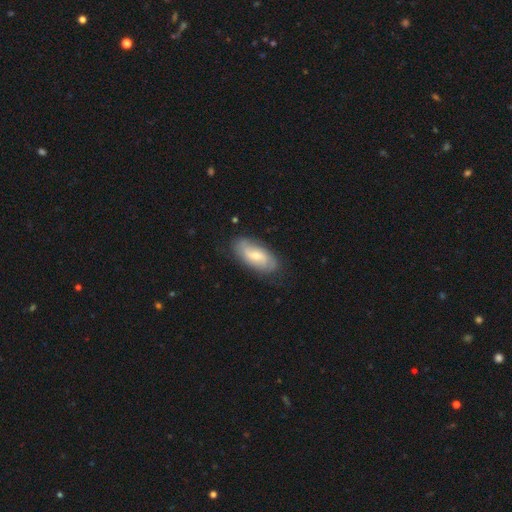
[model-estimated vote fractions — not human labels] Q: Smooth or featured?
A: featured or disk (57%); runner-up: smooth (37%)
Q: Edge-on disk?
A: no (93%); runner-up: yes (7%)
Q: Bar?
A: weak (49%); runner-up: no (41%)
Q: Spiral arms?
A: yes (86%); runner-up: no (14%)
Q: Bulge size?
A: moderate (49%); runner-up: small (43%)
Q: Merging?
A: none (78%); runner-up: minor disturbance (17%)